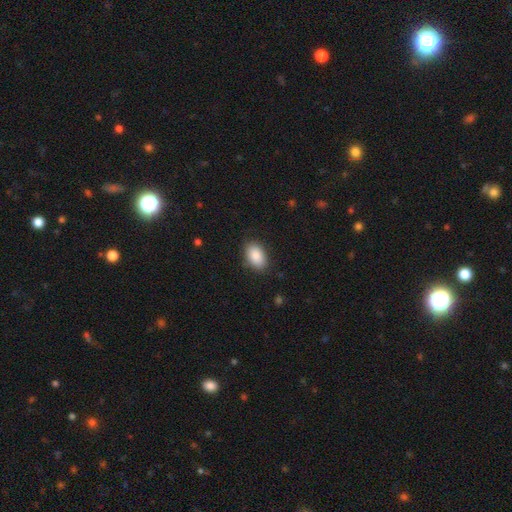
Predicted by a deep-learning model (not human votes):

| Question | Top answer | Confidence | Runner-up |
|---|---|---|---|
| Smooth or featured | smooth | 88% | star or artifact (7%) |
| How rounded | in between | 89% | round (9%) |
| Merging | none | 84% | minor disturbance (12%) |